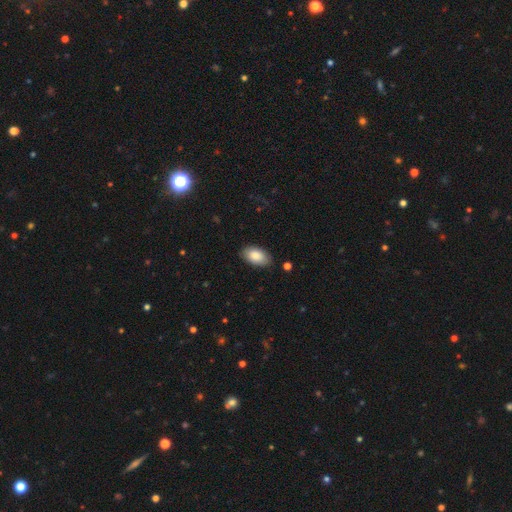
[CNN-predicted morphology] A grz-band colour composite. It shows a smooth galaxy with no disk features (87%) that is in between round and cigar-shaped (95%). Merging: none (85%).